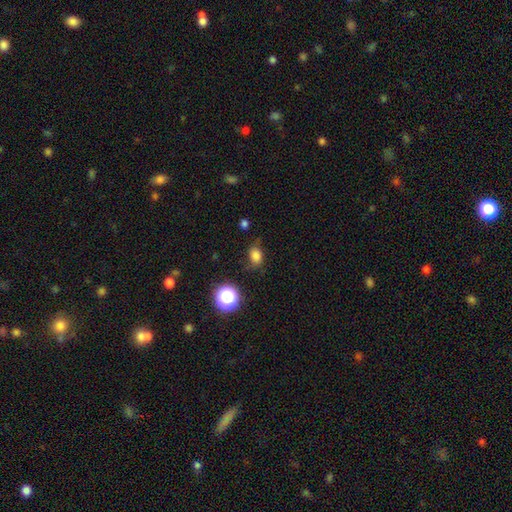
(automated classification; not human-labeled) Smooth or featured? smooth (77%)
How rounded? in between (59%)
Merging? none (66%)